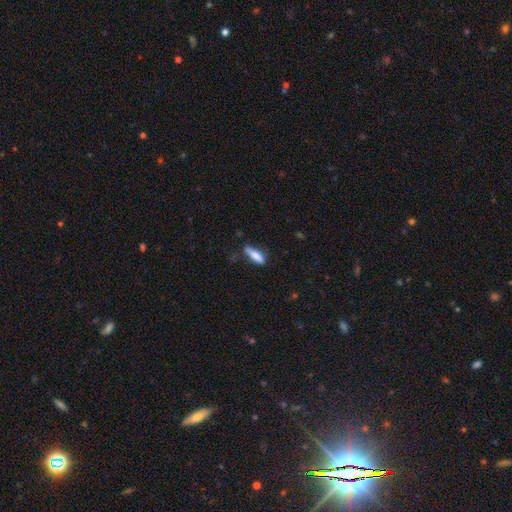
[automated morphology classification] This is likely a smooth galaxy (77%). How rounded: possibly cigar-shaped (59%). Merging: likely none (62%).